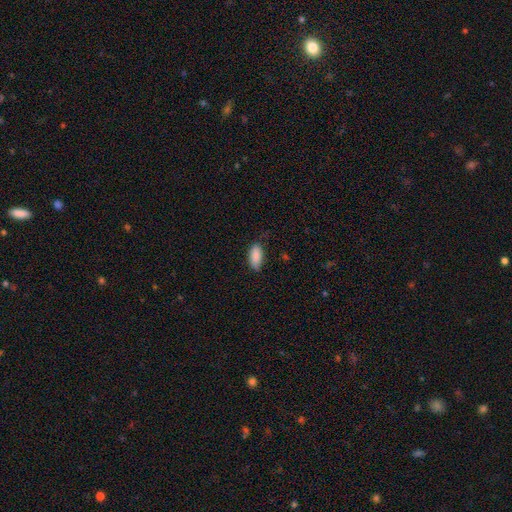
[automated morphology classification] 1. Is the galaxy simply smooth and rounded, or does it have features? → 89% smooth, 7% star or artifact, 4% featured or disk.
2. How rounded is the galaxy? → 88% in between, 10% cigar-shaped, 2% round.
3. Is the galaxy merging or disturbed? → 75% none, 21% minor disturbance, 3% major disturbance, 1% merger.